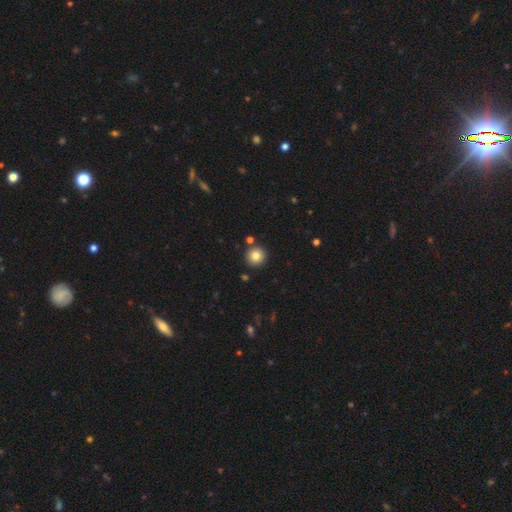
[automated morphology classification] smooth 82%, star or artifact 10%, featured or disk 8%. Down the decision tree: how rounded — round (95%); merging — none (88%).